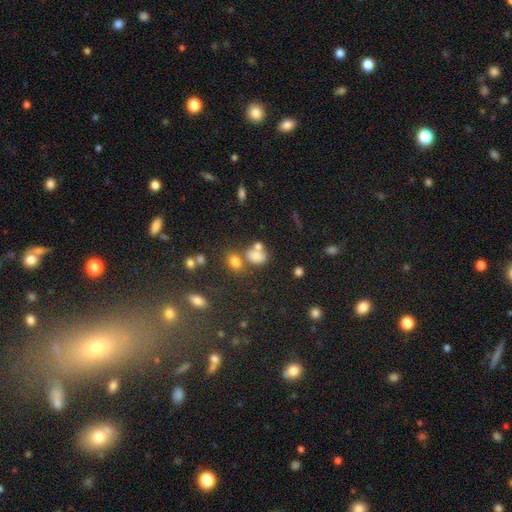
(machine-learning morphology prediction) smooth 70%, star or artifact 16%, featured or disk 13%. Down the decision tree: how rounded — in between (57%); merging — none (45%).